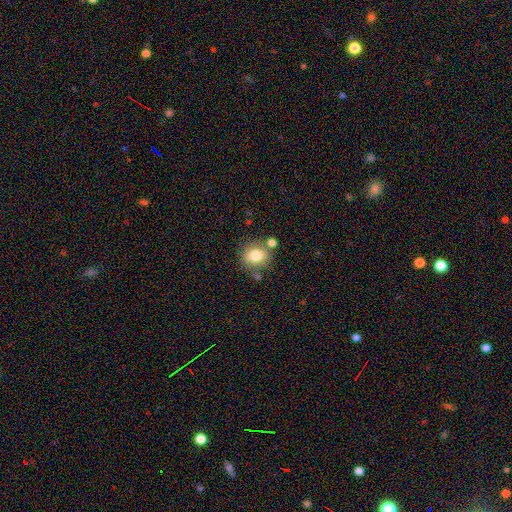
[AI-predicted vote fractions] Smooth or featured: smooth — 78% (featured or disk — 12%)
How rounded: round — 67% (in between — 32%)
Merging: none — 70% (minor disturbance — 14%)